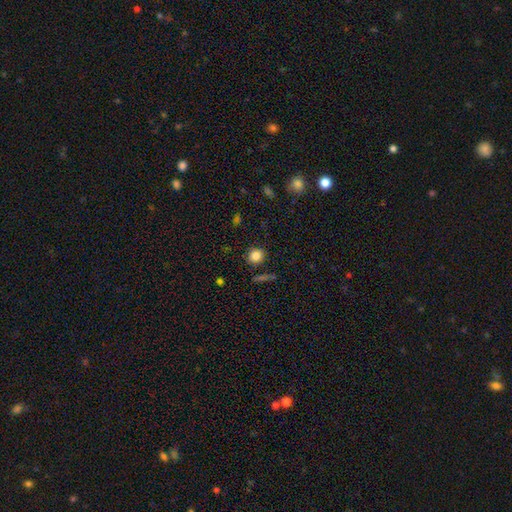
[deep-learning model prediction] smooth-or-featured: smooth: 83% | star or artifact: 11% | featured or disk: 6%
  how-rounded: round: 84% | in between: 14% | cigar-shaped: 1%
  merging: none: 86% | minor disturbance: 9% | merger: 3% | major disturbance: 3%